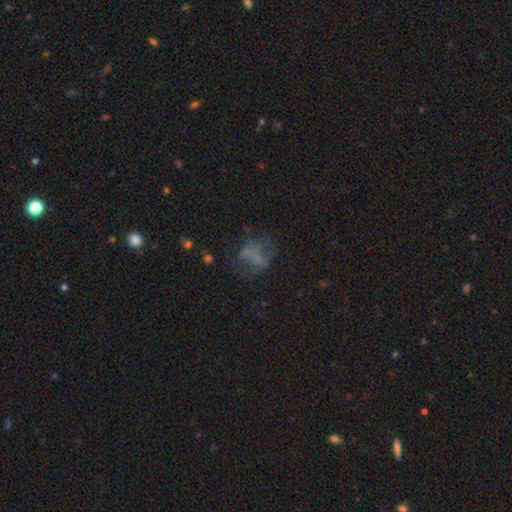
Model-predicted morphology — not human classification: Smooth or featured: featured or disk — 42% (smooth — 37%)
Merging: none — 47% (major disturbance — 29%)